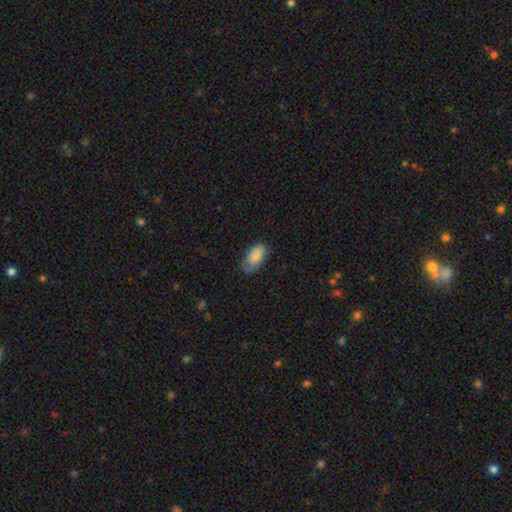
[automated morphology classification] Smooth or featured?
  - smooth: 83% *
  - featured or disk: 11%
  - star or artifact: 6%
How rounded?
  - in between: 94% *
  - round: 3%
  - cigar-shaped: 3%
Merging?
  - none: 61% *
  - minor disturbance: 30%
  - major disturbance: 8%
  - merger: 1%